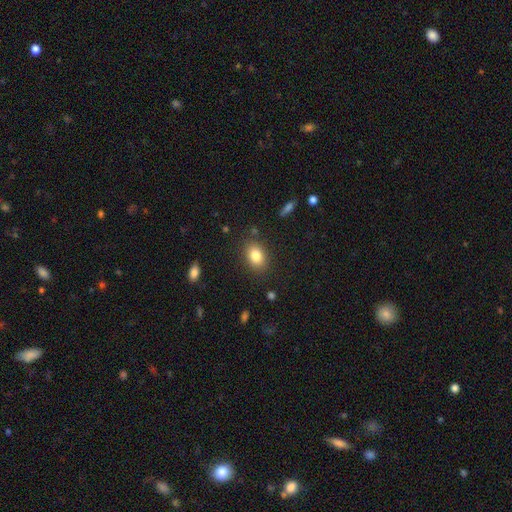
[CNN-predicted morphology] Smooth or featured: smooth — 83% (star or artifact — 9%)
How rounded: in between — 76% (round — 23%)
Merging: none — 85% (minor disturbance — 10%)